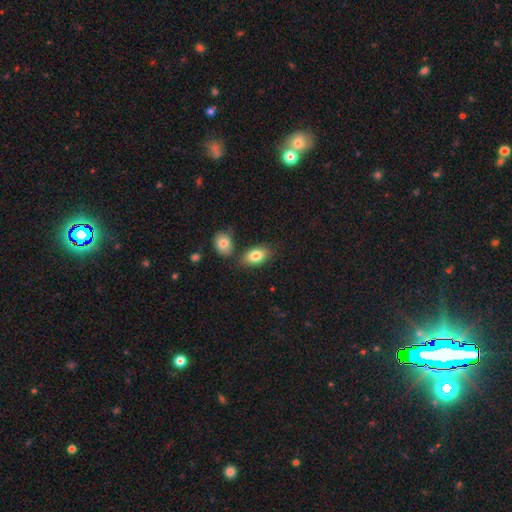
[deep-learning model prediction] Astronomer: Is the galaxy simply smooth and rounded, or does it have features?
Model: smooth — 81%.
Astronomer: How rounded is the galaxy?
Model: in between — 91%.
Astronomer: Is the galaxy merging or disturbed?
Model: none — 69%.